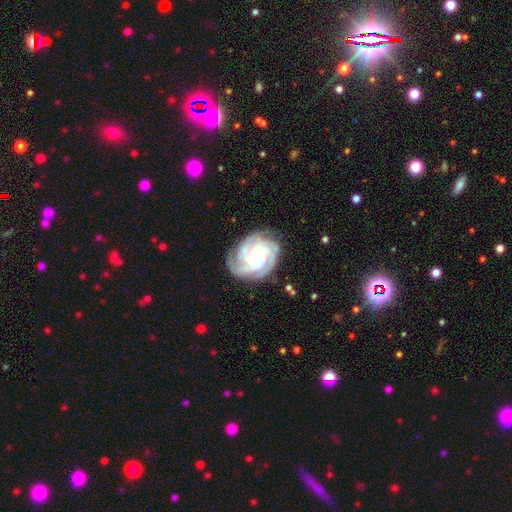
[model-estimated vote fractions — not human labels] Smooth or featured? featured or disk (89%)
Edge-on disk? no (98%)
Bar? no (72%)
Spiral arms? yes (98%)
Spiral winding? tight (72%)
Spiral arm count? 4 (36%)
Bulge size? small (64%)
Merging? none (78%)